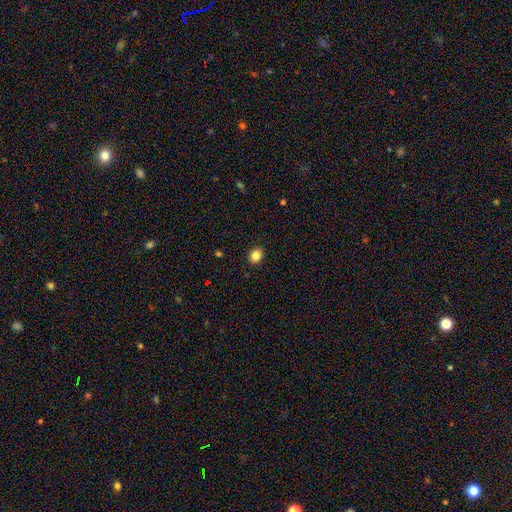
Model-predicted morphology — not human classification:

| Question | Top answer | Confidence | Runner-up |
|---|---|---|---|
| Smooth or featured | smooth | 85% | star or artifact (10%) |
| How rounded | round | 52% | in between (47%) |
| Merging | none | 91% | minor disturbance (7%) |